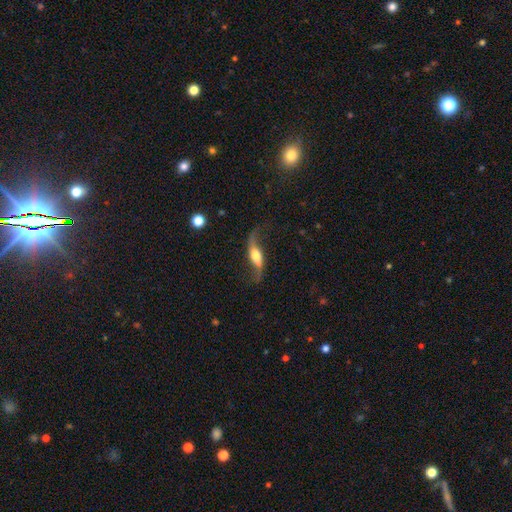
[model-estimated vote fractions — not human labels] featured or disk 79%, smooth 15%, star or artifact 6%. Down the decision tree: edge-on disk — no (75%); bar — no (43%); spiral arms — yes (94%); spiral arm count — 2 (93%); spiral winding — loose (94%); bulge size — moderate (46%); merging — none (68%).